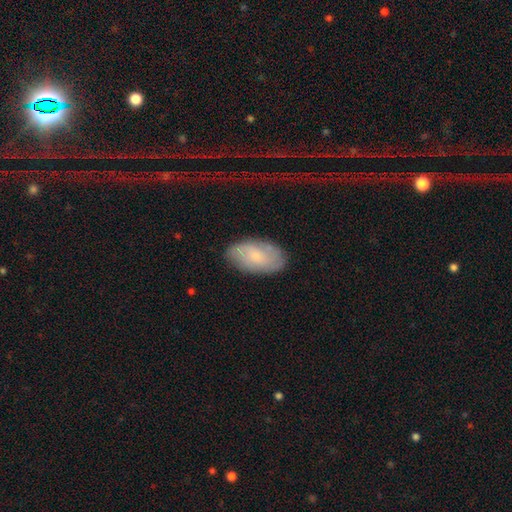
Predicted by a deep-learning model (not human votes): A smooth galaxy with no disk features (59%) that is in between round and cigar-shaped (94%). Merging: none (78%).